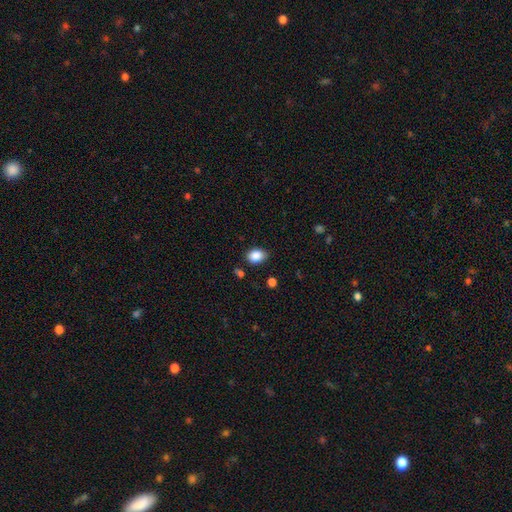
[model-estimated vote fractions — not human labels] smooth-or-featured: smooth: 87% | star or artifact: 9% | featured or disk: 4%
  how-rounded: in between: 71% | round: 28% | cigar-shaped: 1%
  merging: none: 79% | minor disturbance: 15% | major disturbance: 3% | merger: 3%